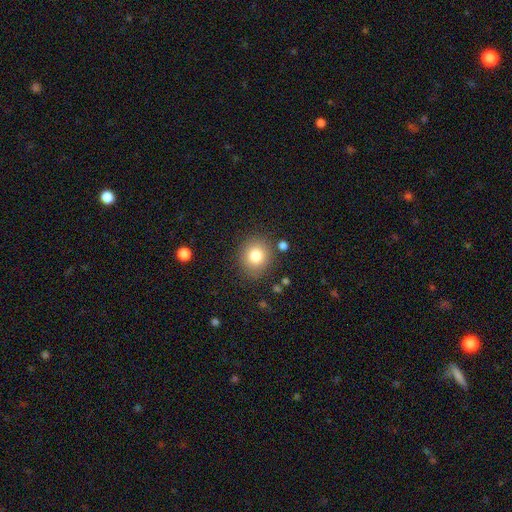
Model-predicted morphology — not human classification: smooth-or-featured: smooth: 81% | star or artifact: 10% | featured or disk: 9%
  how-rounded: round: 81% | in between: 18% | cigar-shaped: 1%
  merging: none: 83% | minor disturbance: 10% | major disturbance: 4% | merger: 3%